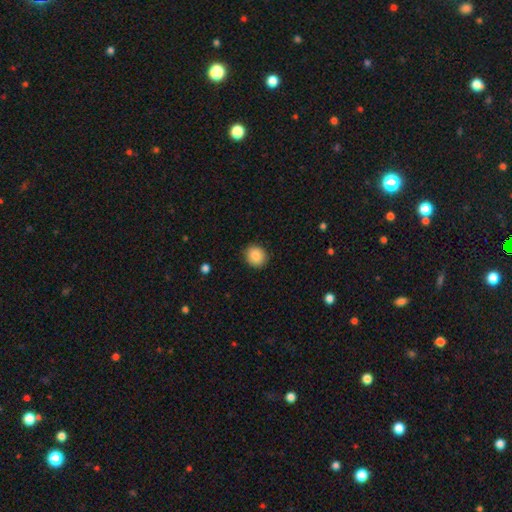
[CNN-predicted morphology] The model was most divided on "how rounded": round: 80%, in between: 19%, cigar-shaped: 1%. More confident: merging — none (89%); smooth or featured — smooth (87%).